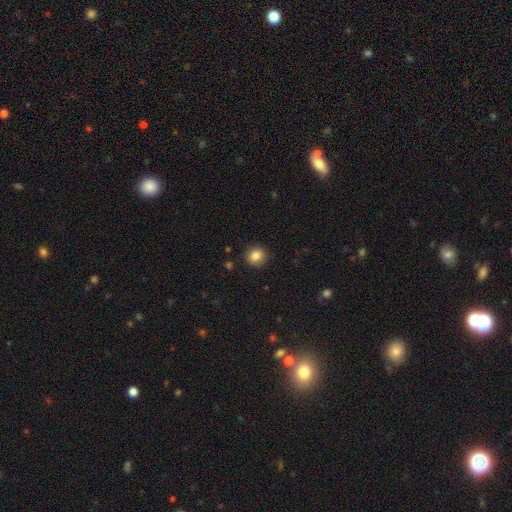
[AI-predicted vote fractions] Smooth or featured? Predicted: smooth (p=0.85). How rounded? Predicted: round (p=0.88). Merging? Predicted: none (p=0.90).